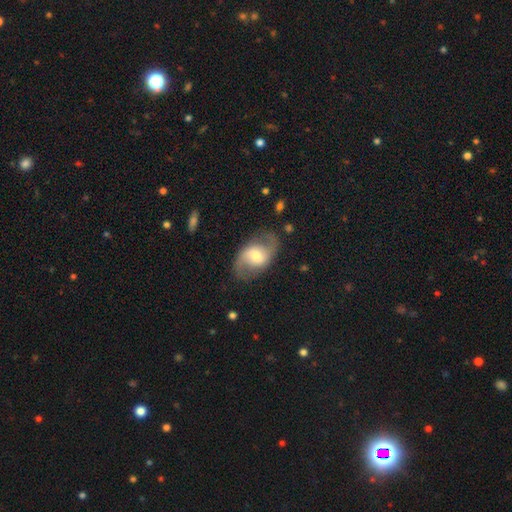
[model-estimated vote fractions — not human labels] A featured or disk galaxy (74%) with no bar (44%), 2 (91%) loose (46%) spiral arms (89%) and a moderate central bulge (58%). Merging: none (77%).